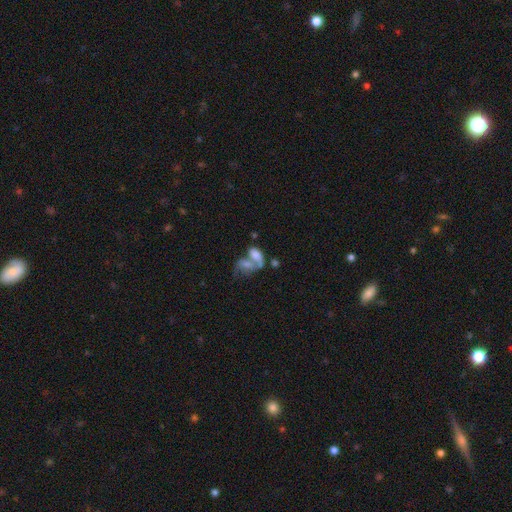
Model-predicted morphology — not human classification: Q: Smooth or featured?
A: smooth (57%); runner-up: featured or disk (32%)
Q: How rounded?
A: in between (86%); runner-up: round (10%)
Q: Merging?
A: merger (65%); runner-up: none (16%)